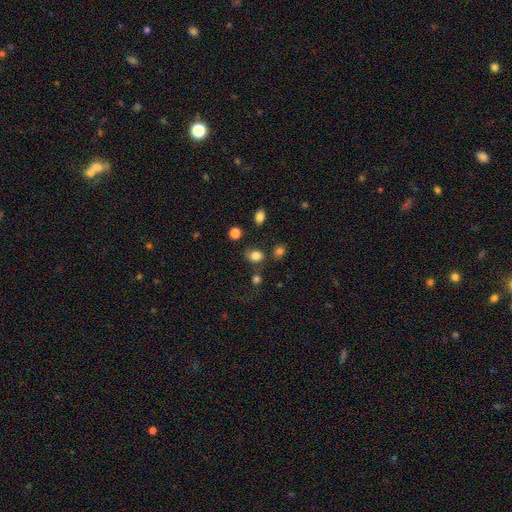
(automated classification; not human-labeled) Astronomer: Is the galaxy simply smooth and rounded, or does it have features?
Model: smooth — 83%.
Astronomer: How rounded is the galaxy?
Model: round — 50% (runner-up: in between, 49%).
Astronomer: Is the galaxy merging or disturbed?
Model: none — 75%.